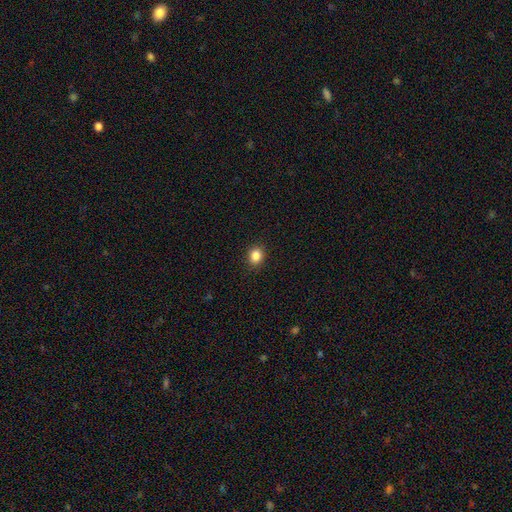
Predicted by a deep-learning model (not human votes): smooth-or-featured: smooth: 85% | star or artifact: 11% | featured or disk: 4%
  how-rounded: round: 66% | in between: 33% | cigar-shaped: 1%
  merging: none: 90% | minor disturbance: 7% | major disturbance: 2% | merger: 1%